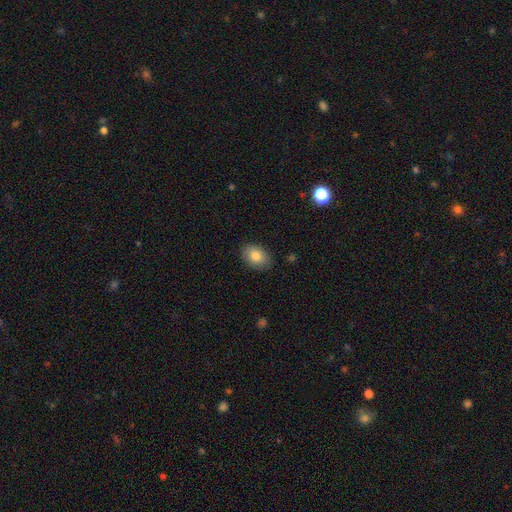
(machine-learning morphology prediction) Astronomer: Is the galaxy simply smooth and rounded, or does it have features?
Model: smooth — 85%.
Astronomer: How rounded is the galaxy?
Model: in between — 82%.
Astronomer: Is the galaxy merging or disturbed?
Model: none — 86%.